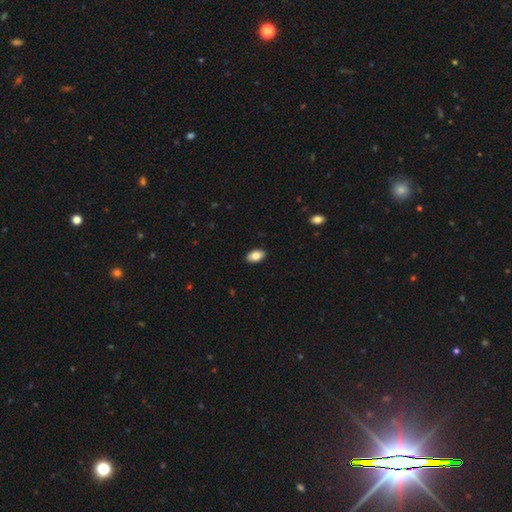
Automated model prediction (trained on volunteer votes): This appears to be a smooth galaxy with no disk features (83%) that is in between round and cigar-shaped (93%). Merging: none (90%).